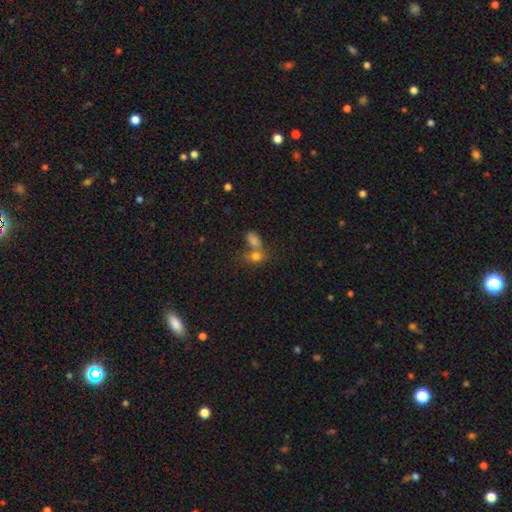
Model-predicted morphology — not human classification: The model was most divided on "how rounded": in between: 58%, round: 40%, cigar-shaped: 2%. More confident: smooth or featured — smooth (76%); merging — merger (55%).